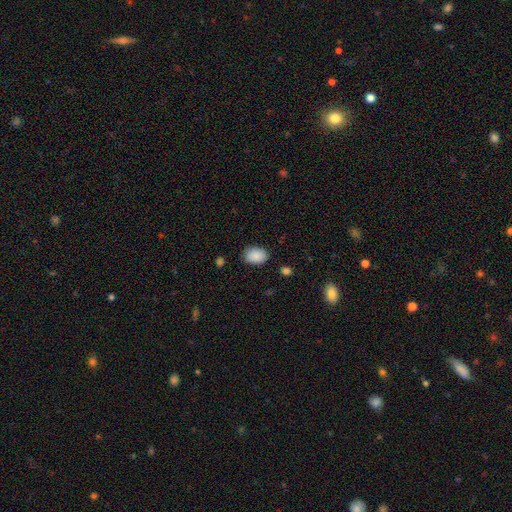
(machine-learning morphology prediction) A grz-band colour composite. It shows a smooth galaxy with no disk features (89%) that is in between round and cigar-shaped (81%). Merging: none (85%).